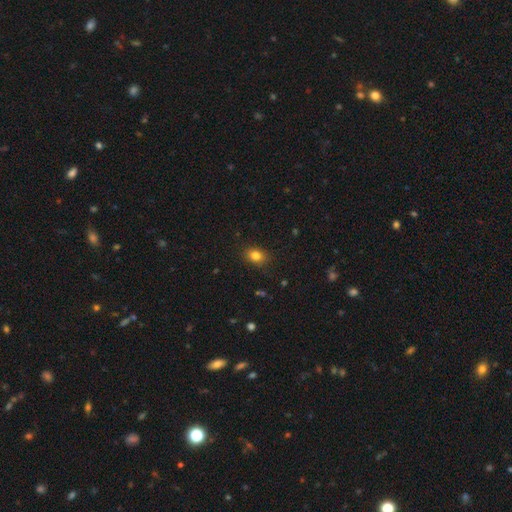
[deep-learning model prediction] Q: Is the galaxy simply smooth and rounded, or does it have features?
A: smooth — 82%.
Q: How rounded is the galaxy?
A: in between — 65%.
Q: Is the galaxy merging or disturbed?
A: none — 86%.